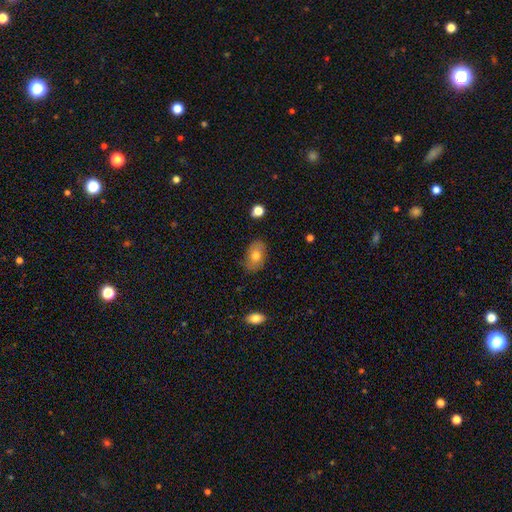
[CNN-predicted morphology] smooth 70%, featured or disk 22%, star or artifact 8%. Down the decision tree: how rounded — in between (86%); merging — none (77%).